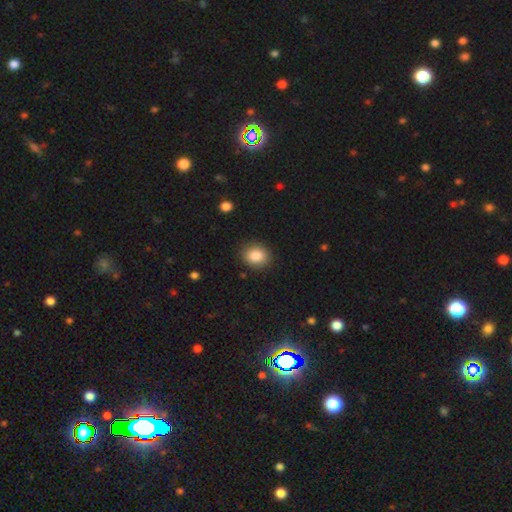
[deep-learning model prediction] smooth 86%, star or artifact 9%, featured or disk 6%. Down the decision tree: how rounded — round (60%); merging — none (88%).